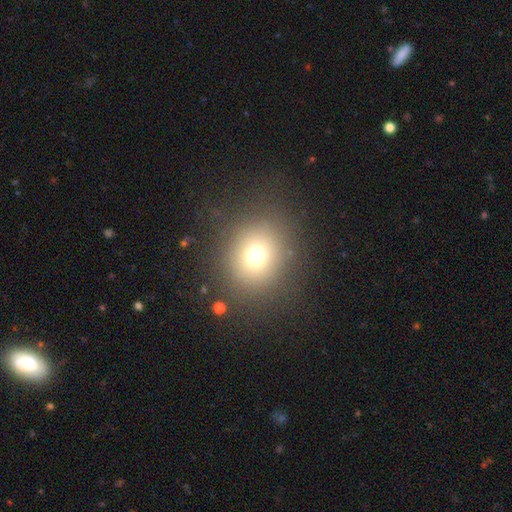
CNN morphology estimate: type=smooth (70%); roundness=round (79%); merging=none (84%).